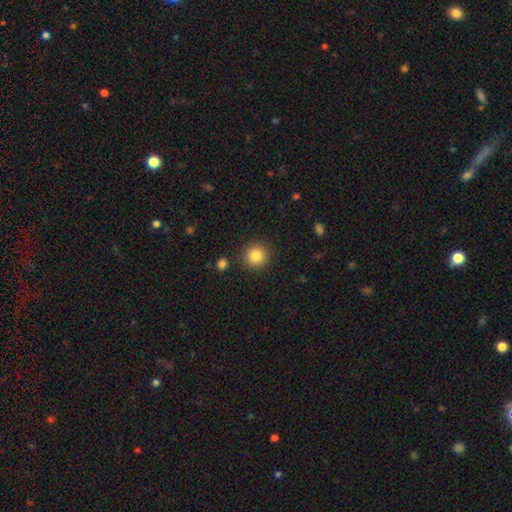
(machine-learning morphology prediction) A smooth galaxy with no disk features (85%) that is round (93%).

Vote fractions:
- Smooth or featured? smooth: 85% / star or artifact: 10% / featured or disk: 5%
- How rounded? round: 93% / in between: 6% / cigar-shaped: 1%
- Merging? none: 89% / minor disturbance: 6% / major disturbance: 2% / merger: 2%